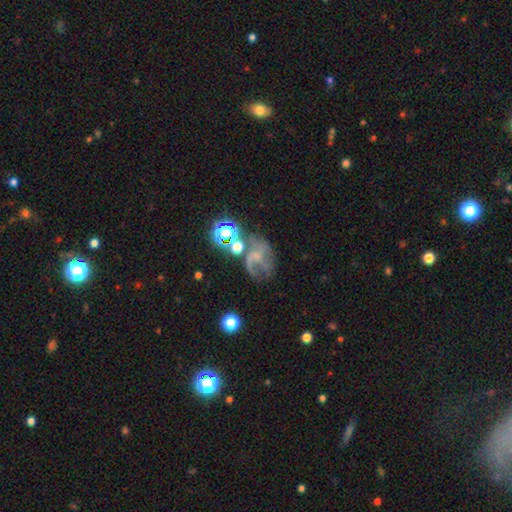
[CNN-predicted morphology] smooth-or-featured: featured or disk: 56% | smooth: 24% | star or artifact: 20%
  disk-edge-on: no: 98% | yes: 2%
    bar: no: 63% | weak: 29% | strong: 8%
    has-spiral-arms: yes: 73% | no: 27%
    bulge-size: none: 40% | small: 37% | moderate: 18% | large: 3% | dominant: 2%
  merging: major disturbance: 34% | none: 33% | minor disturbance: 19% | merger: 14%